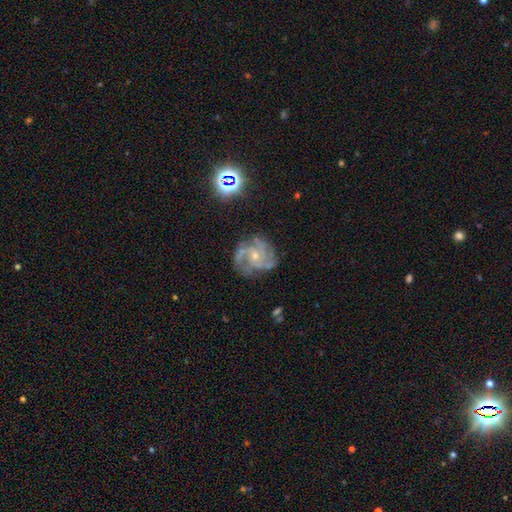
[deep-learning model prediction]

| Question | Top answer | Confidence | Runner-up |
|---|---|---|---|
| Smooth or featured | featured or disk | 87% | star or artifact (8%) |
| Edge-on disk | no | 98% | yes (2%) |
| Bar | no | 72% | weak (24%) |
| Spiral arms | yes | 97% | no (3%) |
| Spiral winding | tight | 47% | medium (44%) |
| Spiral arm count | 3 | 38% | 4 (21%) |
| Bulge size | small | 66% | moderate (30%) |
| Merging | none | 72% | minor disturbance (18%) |